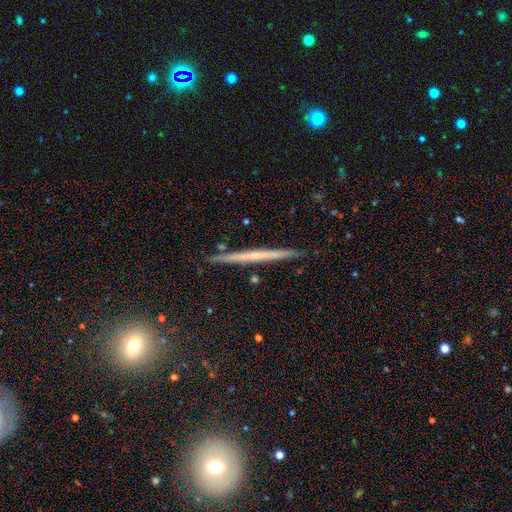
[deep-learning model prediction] smooth-or-featured: featured or disk: 59% | smooth: 34% | star or artifact: 8%
  disk-edge-on: yes: 98% | no: 2%
    edge-on-bulge: none: 82% | rounded: 13% | boxy: 5%
  merging: none: 90% | minor disturbance: 7% | merger: 1% | major disturbance: 1%